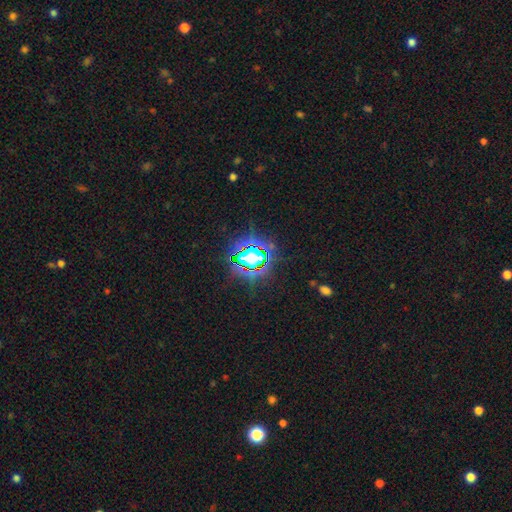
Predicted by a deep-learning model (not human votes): A star or artifact, not a galaxy (82%).

Vote fractions:
- Smooth or featured? star or artifact: 82% / smooth: 11% / featured or disk: 7%